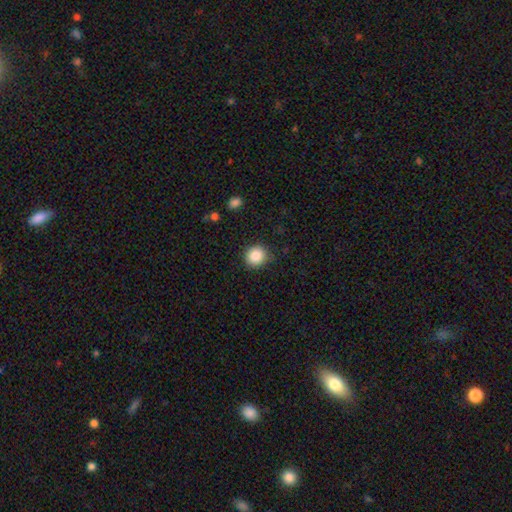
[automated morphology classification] Smooth or featured: smooth — 86% (star or artifact — 10%)
How rounded: round — 90% (in between — 9%)
Merging: none — 87% (minor disturbance — 9%)